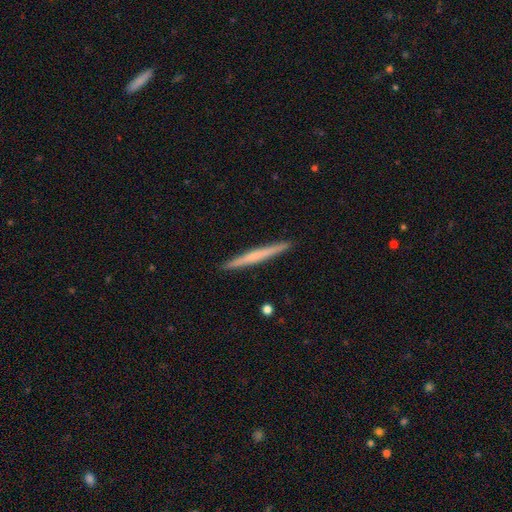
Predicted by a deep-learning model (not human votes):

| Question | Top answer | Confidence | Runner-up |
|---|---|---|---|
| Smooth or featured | featured or disk | 48% | smooth (47%) |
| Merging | none | 93% | minor disturbance (5%) |